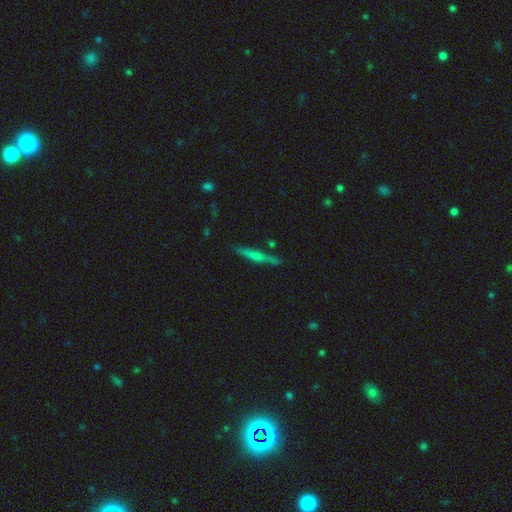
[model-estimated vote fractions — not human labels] The model was most divided on "smooth or featured": featured or disk: 49%, smooth: 43%, star or artifact: 7%. More confident: merging — none (83%).